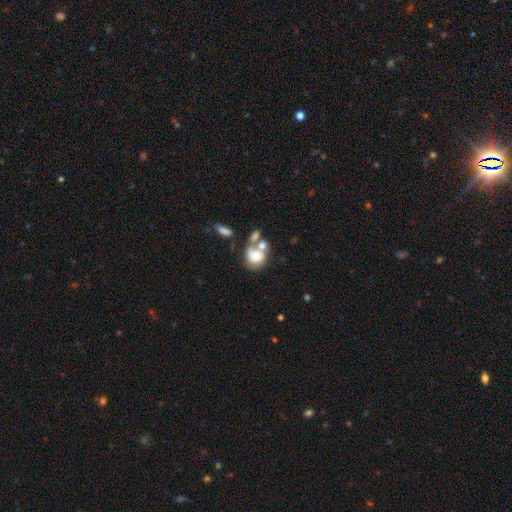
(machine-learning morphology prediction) Smooth or featured? Predicted: smooth (p=0.62). How rounded? Predicted: round (p=0.63). Merging? Predicted: merger (p=0.51).